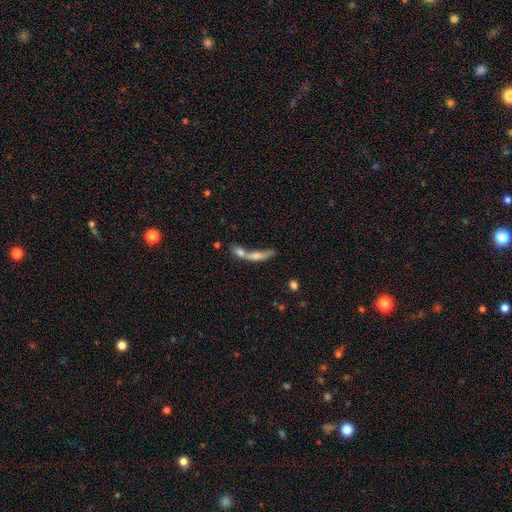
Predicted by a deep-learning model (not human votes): This appears to be a smooth galaxy with no disk features (59%) that is cigar-shaped (68%). Merging: merger (62%).